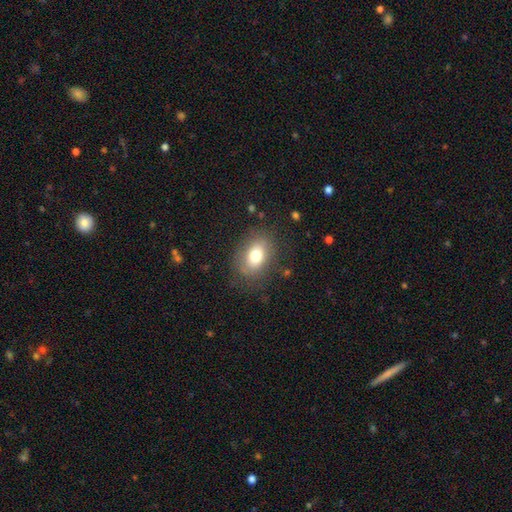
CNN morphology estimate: Smooth or featured? smooth (74%)
How rounded? in between (76%)
Merging? none (77%)